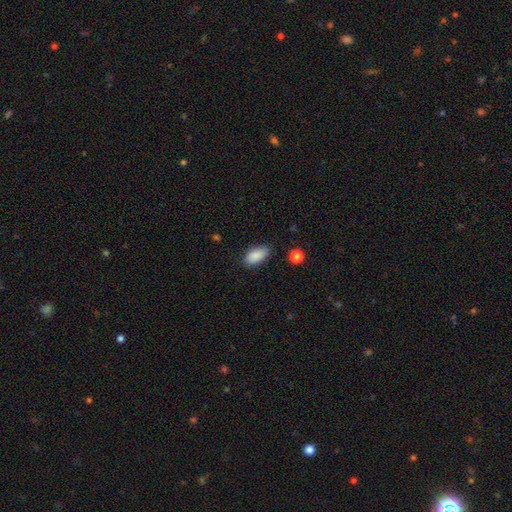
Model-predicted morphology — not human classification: Smooth or featured? Predicted: smooth (p=0.89). How rounded? Predicted: in between (p=0.92). Merging? Predicted: none (p=0.81).